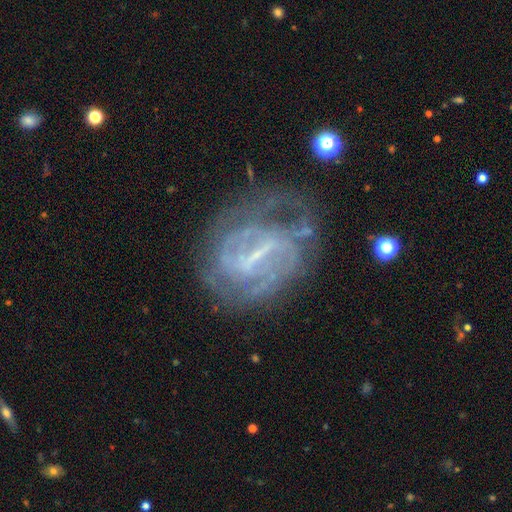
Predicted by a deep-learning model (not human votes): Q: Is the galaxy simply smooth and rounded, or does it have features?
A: featured or disk — 82%.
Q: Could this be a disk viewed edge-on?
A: no — 97%.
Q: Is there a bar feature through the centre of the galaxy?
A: strong — 49%.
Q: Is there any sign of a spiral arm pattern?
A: yes — 80%.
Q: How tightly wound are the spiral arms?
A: tight — 52%.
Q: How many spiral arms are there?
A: can't tell — 44%.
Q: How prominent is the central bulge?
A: small — 51%.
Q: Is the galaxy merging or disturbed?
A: none — 54%.